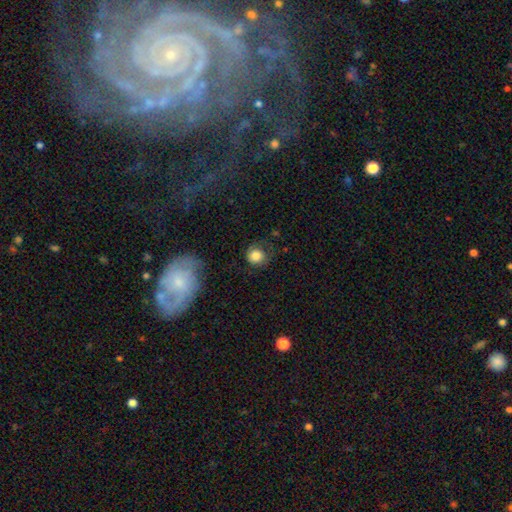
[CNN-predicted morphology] smooth_or_featured: smooth (p=0.79) [alt: featured or disk p=0.12]
how_rounded: round (p=0.87) [alt: in between p=0.12]
merging: none (p=0.59) [alt: minor disturbance p=0.23]